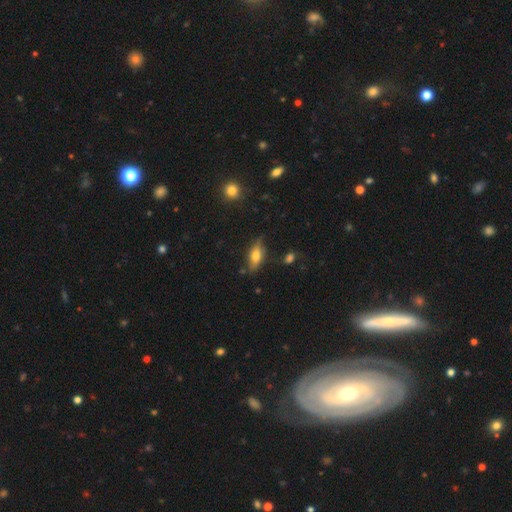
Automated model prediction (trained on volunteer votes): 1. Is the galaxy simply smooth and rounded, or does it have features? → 57% smooth, 35% featured or disk, 8% star or artifact.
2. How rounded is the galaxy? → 73% in between, 23% cigar-shaped, 4% round.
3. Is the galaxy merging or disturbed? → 68% none, 23% minor disturbance, 6% major disturbance, 3% merger.